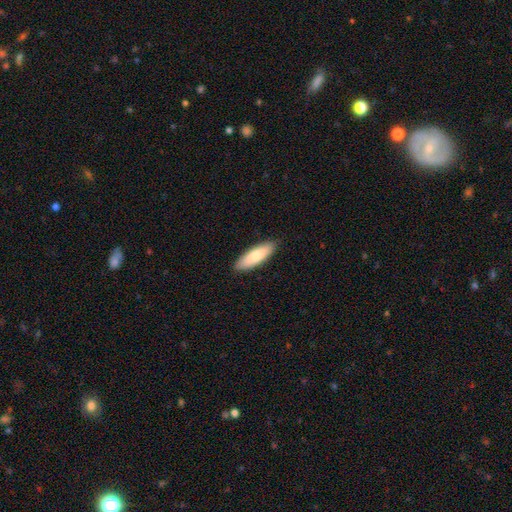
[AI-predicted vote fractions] smooth 80%, featured or disk 14%, star or artifact 5%. Down the decision tree: how rounded — cigar-shaped (50%); merging — none (89%).